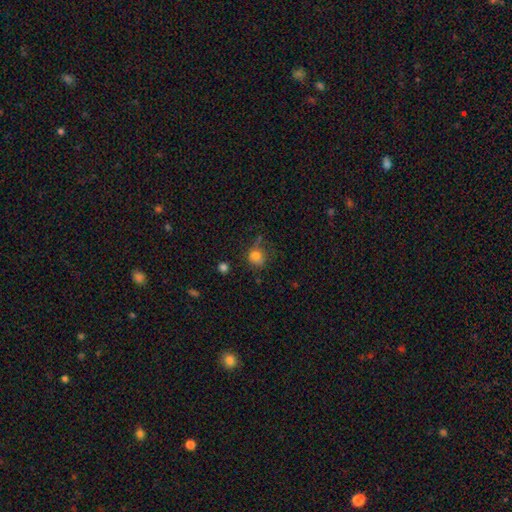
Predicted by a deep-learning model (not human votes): A smooth galaxy with no disk features (78%) that is round (78%). Merging: none (56%).